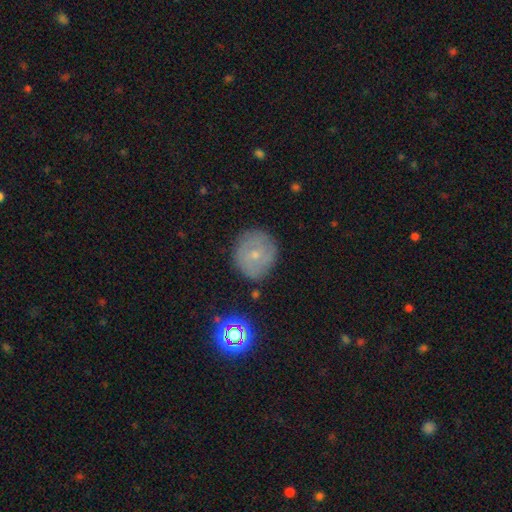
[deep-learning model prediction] Overall: smooth (44%; featured or disk 41%). Merging: none (79%).